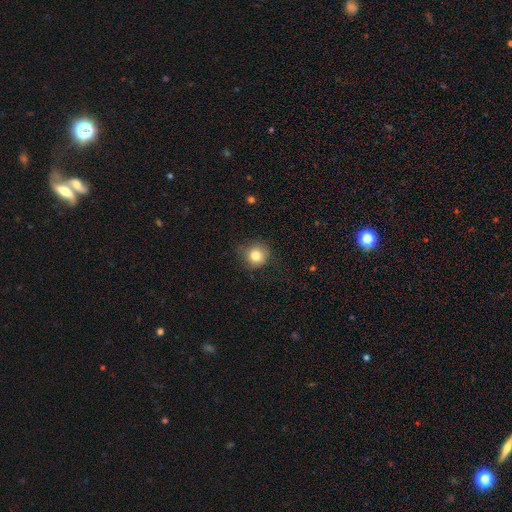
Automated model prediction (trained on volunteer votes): smooth 80%, star or artifact 11%, featured or disk 9%. Down the decision tree: how rounded — round (87%); merging — none (74%).